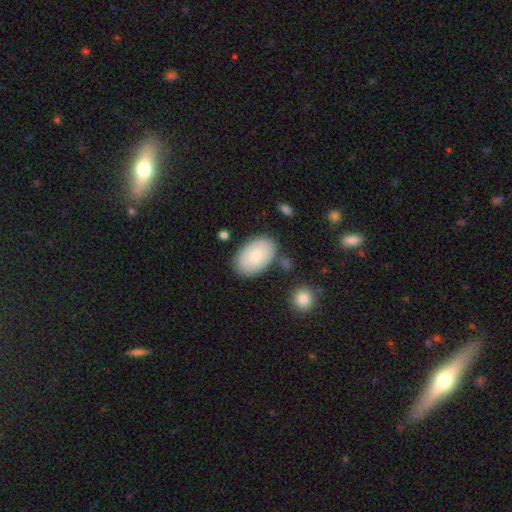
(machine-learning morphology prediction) smooth 78%, featured or disk 16%, star or artifact 6%. Down the decision tree: how rounded — in between (93%); merging — none (79%).